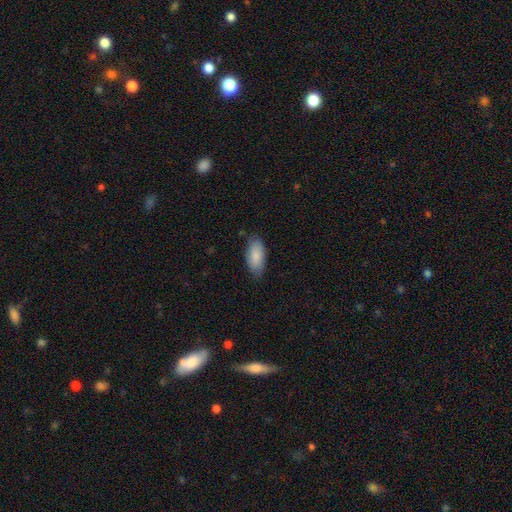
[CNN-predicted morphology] Smooth or featured? Predicted: smooth (p=0.85). How rounded? Predicted: in between (p=0.91). Merging? Predicted: none (p=0.78).